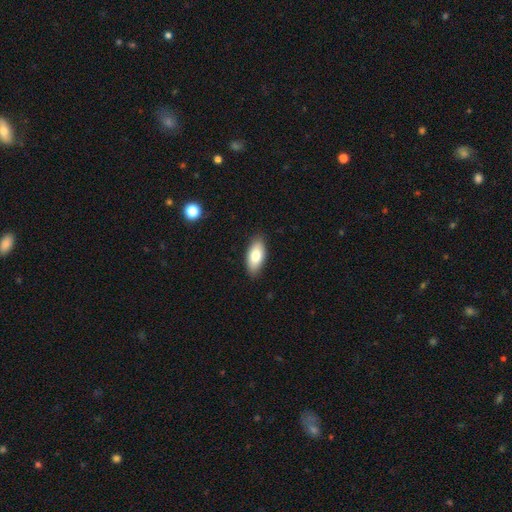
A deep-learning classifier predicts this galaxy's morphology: Overall: smooth (77%). How rounded: in between (90%). Merging: none (87%).